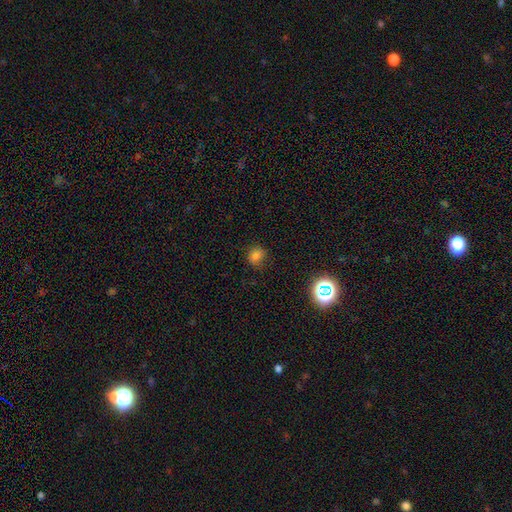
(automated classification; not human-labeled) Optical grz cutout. It shows a smooth galaxy with no disk features (76%) that is round (73%). Merging: none (81%).